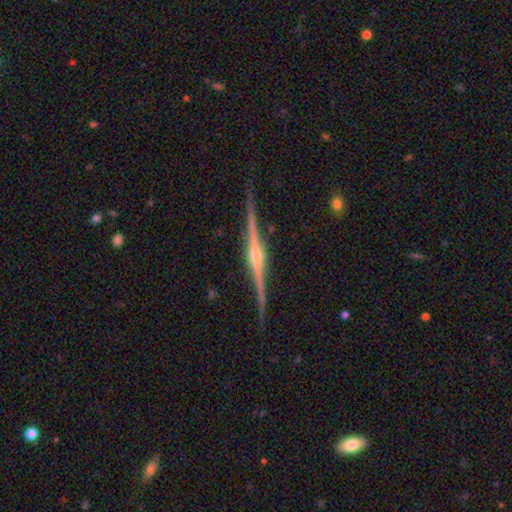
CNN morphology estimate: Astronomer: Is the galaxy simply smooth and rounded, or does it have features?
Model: featured or disk — 90%.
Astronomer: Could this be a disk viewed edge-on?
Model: yes — 98%.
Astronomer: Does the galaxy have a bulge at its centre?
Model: rounded — 87%.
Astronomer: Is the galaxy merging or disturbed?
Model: none — 89%.